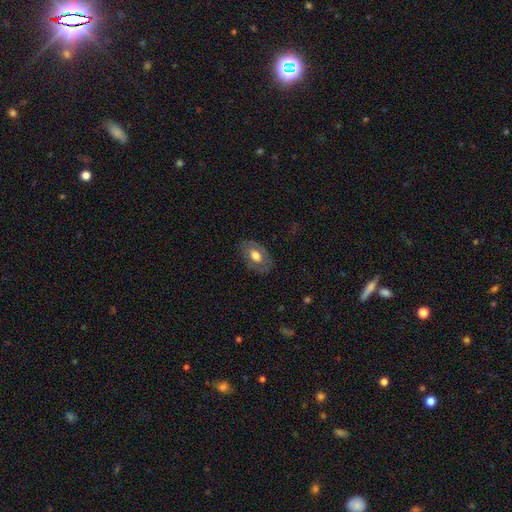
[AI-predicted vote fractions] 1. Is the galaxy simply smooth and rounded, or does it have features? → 55% smooth, 38% featured or disk, 7% star or artifact.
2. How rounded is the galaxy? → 87% in between, 11% round, 1% cigar-shaped.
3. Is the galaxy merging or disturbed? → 78% none, 15% minor disturbance, 5% major disturbance, 1% merger.